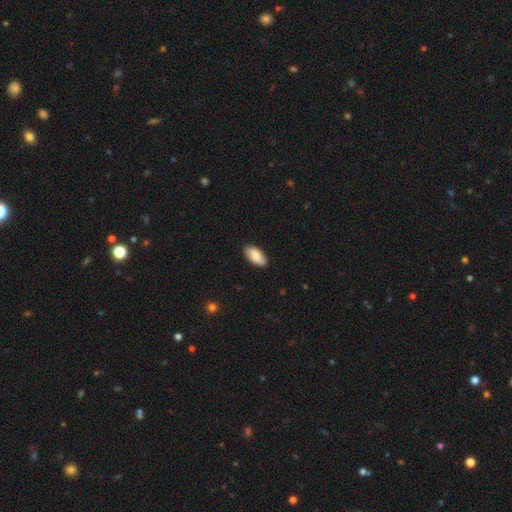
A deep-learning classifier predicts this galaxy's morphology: This appears to be a smooth galaxy with no disk features (75%) that is in between round and cigar-shaped (93%). Merging: none (87%).